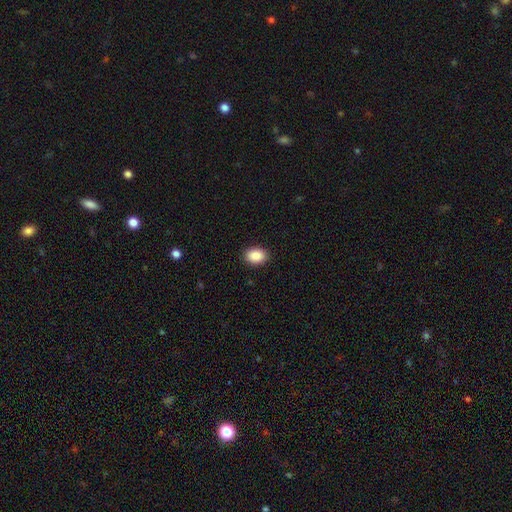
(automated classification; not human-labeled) smooth_or_featured: smooth (p=0.89) [alt: star or artifact p=0.08]
how_rounded: in between (p=0.76) [alt: round p=0.23]
merging: none (p=0.90) [alt: minor disturbance p=0.07]